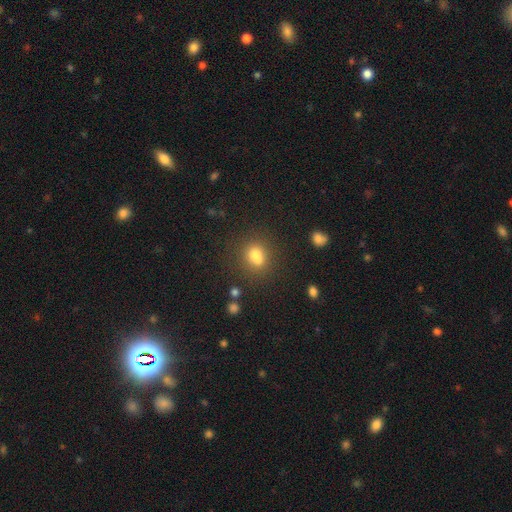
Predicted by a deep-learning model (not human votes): smooth_or_featured: smooth (p=0.72) [alt: featured or disk p=0.14]
how_rounded: round (p=0.65) [alt: in between p=0.34]
merging: none (p=0.46) [alt: merger p=0.37]